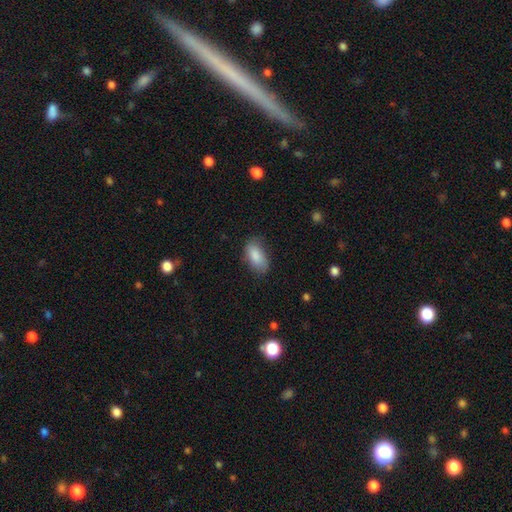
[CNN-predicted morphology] smooth 86%, featured or disk 8%, star or artifact 6%. Down the decision tree: how rounded — in between (92%); merging — none (71%).